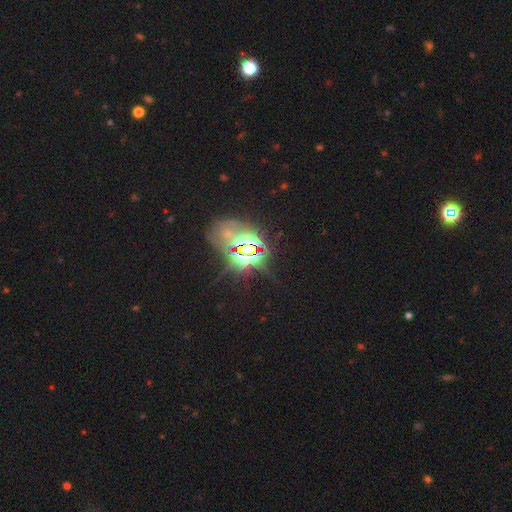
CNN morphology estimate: This is likely a star or artifact rather than a galaxy (77%).